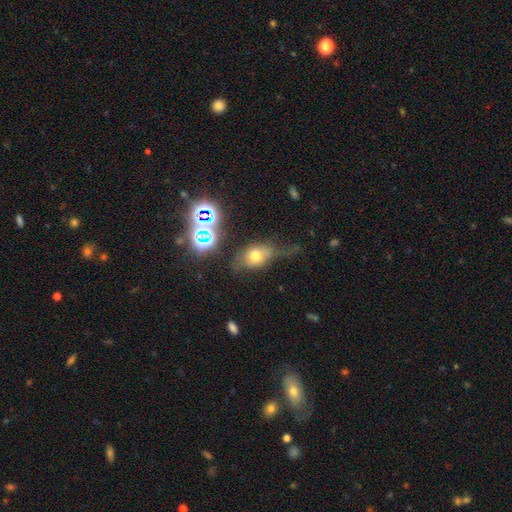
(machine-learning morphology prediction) Q: Smooth or featured?
A: smooth (58%); runner-up: featured or disk (22%)
Q: How rounded?
A: in between (66%); runner-up: round (31%)
Q: Merging?
A: none (42%); runner-up: minor disturbance (27%)